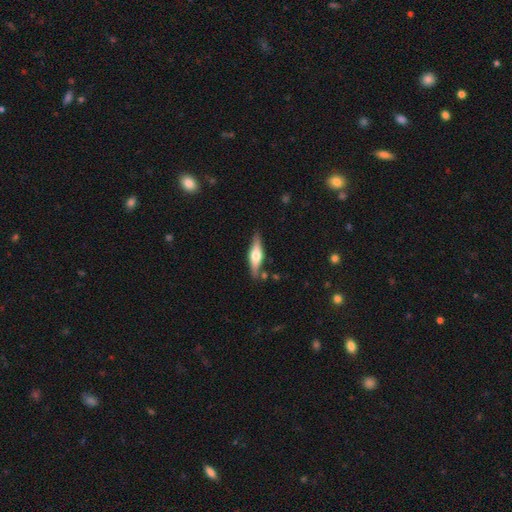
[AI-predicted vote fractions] Smooth or featured? Predicted: featured or disk (p=0.58). Edge-on disk? Predicted: yes (p=0.92). Edge-on bulge? Predicted: rounded (p=0.91). Merging? Predicted: none (p=0.81).